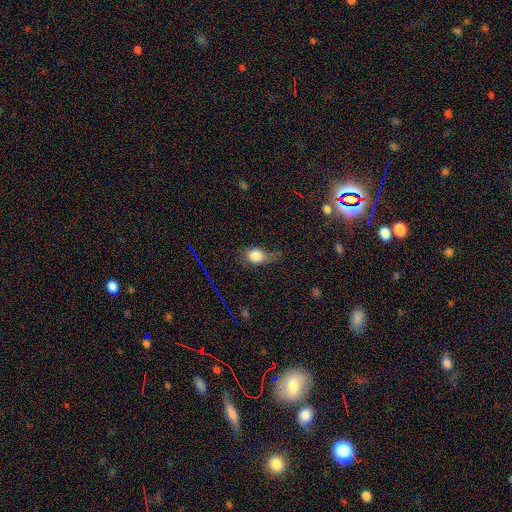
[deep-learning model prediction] Smooth or featured: smooth — 77% (star or artifact — 12%)
How rounded: in between — 59% (round — 38%)
Merging: none — 43% (minor disturbance — 36%)